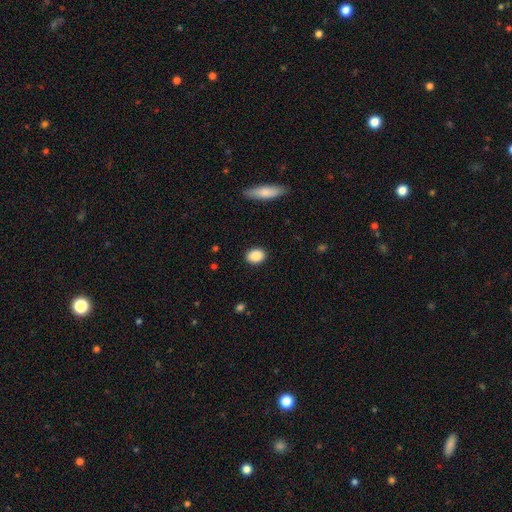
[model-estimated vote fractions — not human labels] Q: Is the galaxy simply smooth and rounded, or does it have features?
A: smooth — 88%.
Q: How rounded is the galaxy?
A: in between — 58%.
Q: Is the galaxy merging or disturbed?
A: none — 90%.